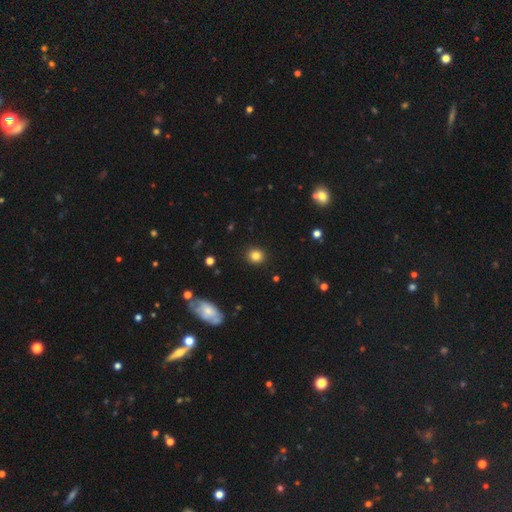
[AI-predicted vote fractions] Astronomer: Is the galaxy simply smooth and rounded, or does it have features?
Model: smooth — 83%.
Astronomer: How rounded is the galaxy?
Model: round — 86%.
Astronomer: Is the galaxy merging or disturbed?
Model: none — 91%.